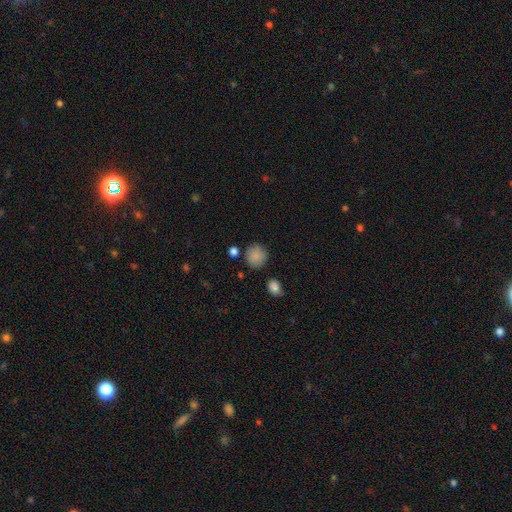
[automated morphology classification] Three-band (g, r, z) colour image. It shows a smooth galaxy with no disk features (87%) that is round (88%). Merging: none (82%).